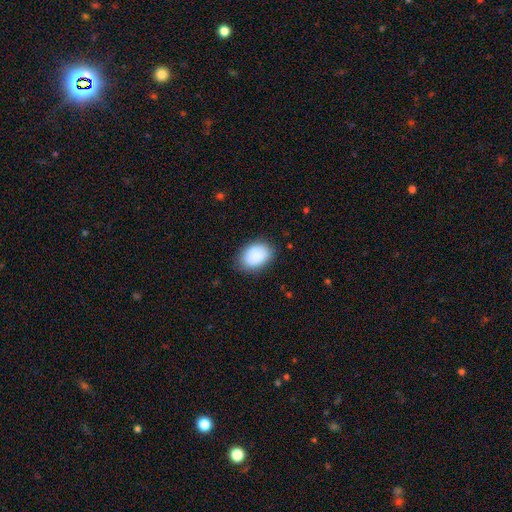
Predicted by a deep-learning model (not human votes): smooth-or-featured: smooth: 89% | star or artifact: 7% | featured or disk: 4%
  how-rounded: in between: 81% | round: 18% | cigar-shaped: 1%
  merging: none: 81% | minor disturbance: 15% | major disturbance: 4% | merger: 1%